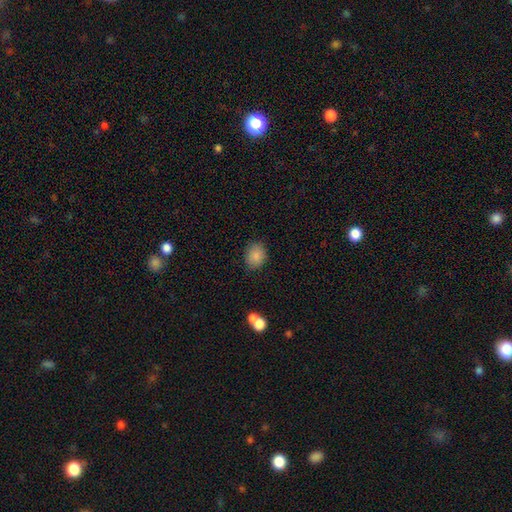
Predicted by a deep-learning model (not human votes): A smooth galaxy with no disk features (86%) that is in between round and cigar-shaped (51%). Merging: none (82%).